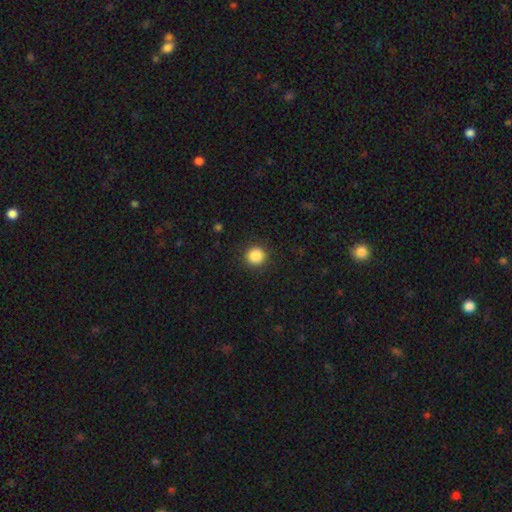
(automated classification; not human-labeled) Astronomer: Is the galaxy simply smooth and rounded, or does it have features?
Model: smooth — 87%.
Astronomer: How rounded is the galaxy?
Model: round — 94%.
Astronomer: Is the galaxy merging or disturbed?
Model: none — 91%.